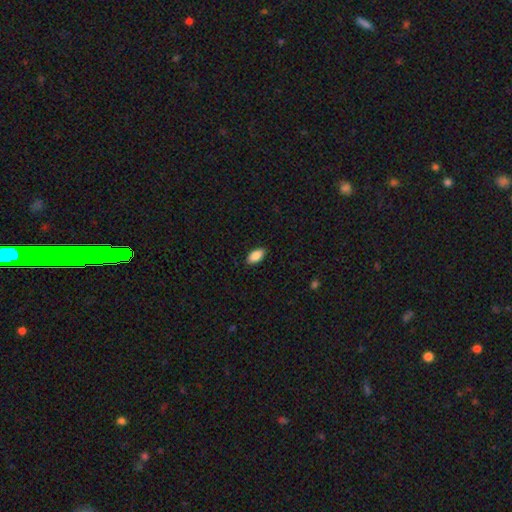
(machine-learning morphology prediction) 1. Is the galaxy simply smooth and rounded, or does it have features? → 89% smooth, 7% star or artifact, 5% featured or disk.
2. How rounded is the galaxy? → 94% in between, 4% cigar-shaped, 3% round.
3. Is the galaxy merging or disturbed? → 88% none, 9% minor disturbance, 2% major disturbance, 1% merger.